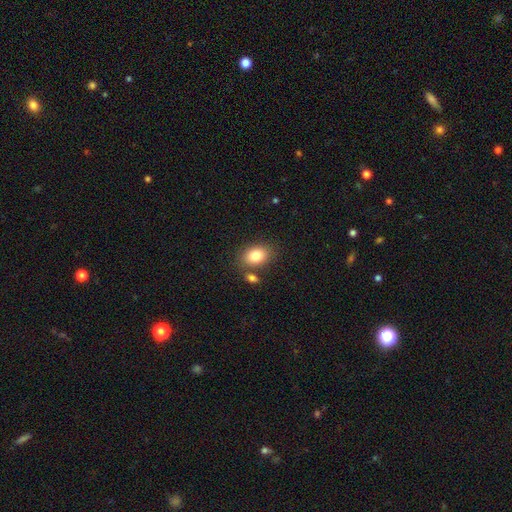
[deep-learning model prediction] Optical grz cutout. It shows a smooth galaxy with no disk features (83%) that is in between round and cigar-shaped (77%). Merging: none (71%).